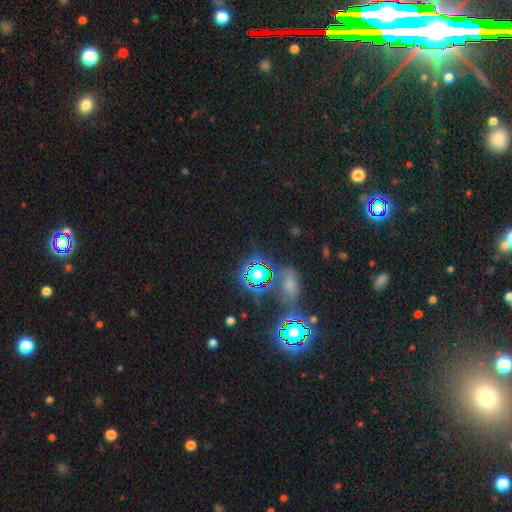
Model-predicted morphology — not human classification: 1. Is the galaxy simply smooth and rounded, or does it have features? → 76% star or artifact, 15% smooth, 9% featured or disk.